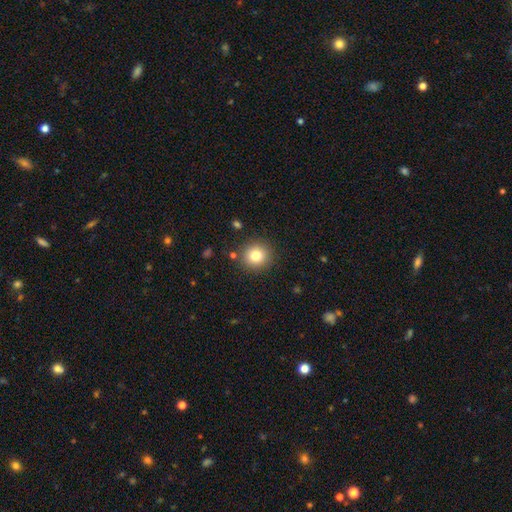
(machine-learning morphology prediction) Smooth or featured: smooth — 80% (star or artifact — 12%)
How rounded: round — 92% (in between — 7%)
Merging: none — 88% (minor disturbance — 7%)